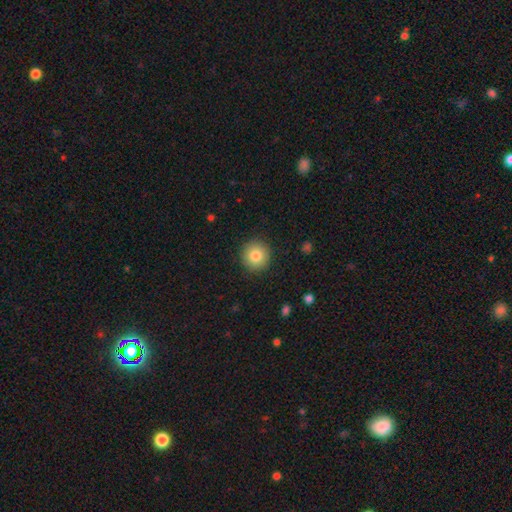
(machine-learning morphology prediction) This is clearly a smooth galaxy (82%). How rounded: clearly round (94%). Merging: clearly none (92%).